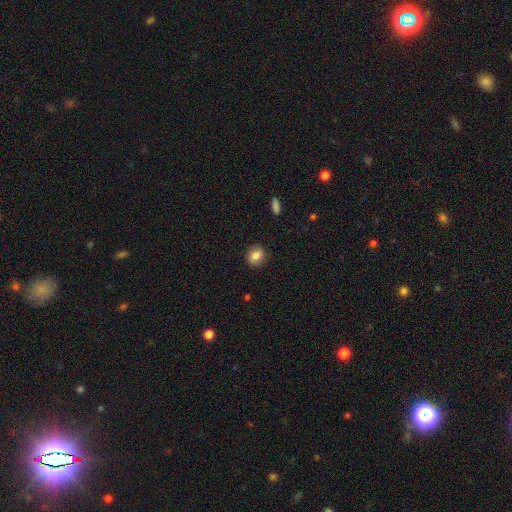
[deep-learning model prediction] smooth_or_featured: smooth (p=0.83) [alt: star or artifact p=0.09]
how_rounded: round (p=0.62) [alt: in between p=0.37]
merging: none (p=0.88) [alt: minor disturbance p=0.08]